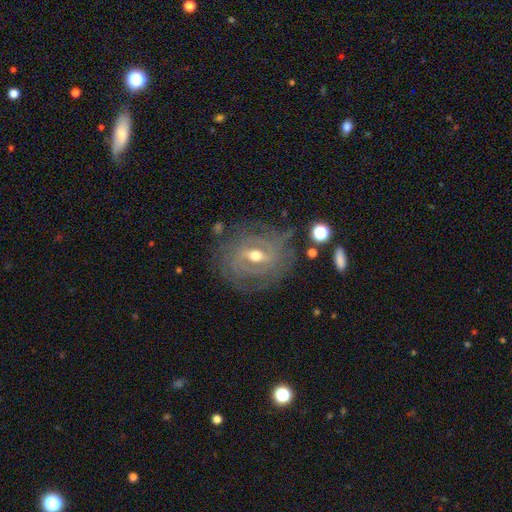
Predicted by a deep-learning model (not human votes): Morphology: type=featured or disk (85%); edge-on=no (95%); bar=weak (46%); spiral arms=yes (87%); winding=tight (65%); arm count=can't tell (39%); bulge=moderate (70%); merging=none (72%).